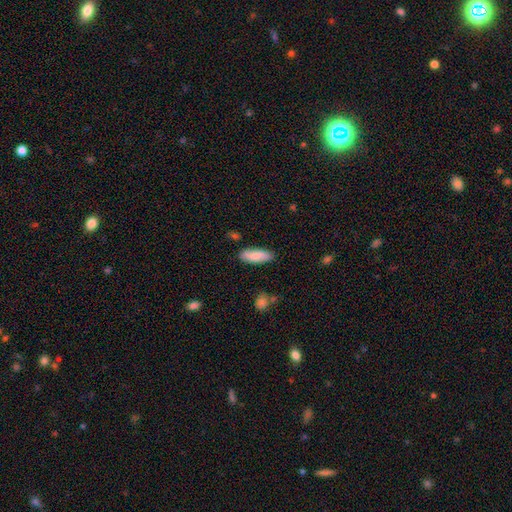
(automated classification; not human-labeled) A smooth galaxy with no disk features (79%) that is in between round and cigar-shaped (71%). Merging: none (82%).